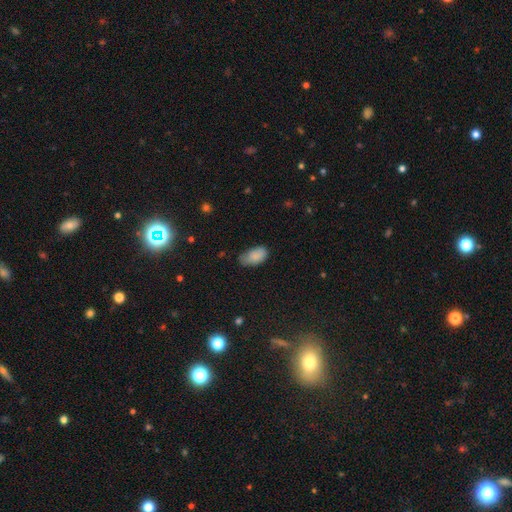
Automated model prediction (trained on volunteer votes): Smooth or featured? smooth (86%)
How rounded? in between (94%)
Merging? none (51%)